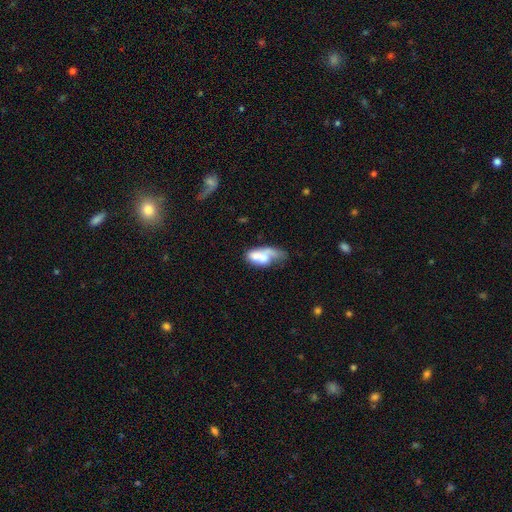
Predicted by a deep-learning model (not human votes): A smooth galaxy with no disk features (54%) that is in between round and cigar-shaped (83%). Merging: merger (41%).